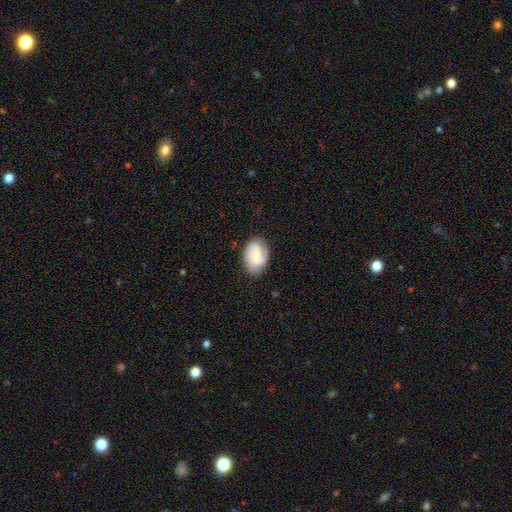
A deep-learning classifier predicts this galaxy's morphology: smooth_or_featured: featured or disk (p=0.59) [alt: smooth p=0.34]
disk_edge_on: no (p=0.97) [alt: yes p=0.03]
bar: no (p=0.53) [alt: weak p=0.39]
has_spiral_arms: yes (p=0.93) [alt: no p=0.07]
spiral_winding: medium (p=0.44) [alt: tight p=0.36]
spiral_arm_count: 2 (p=0.44) [alt: 3 p=0.28]
bulge_size: small (p=0.54) [alt: moderate p=0.26]
merging: none (p=0.77) [alt: minor disturbance p=0.17]